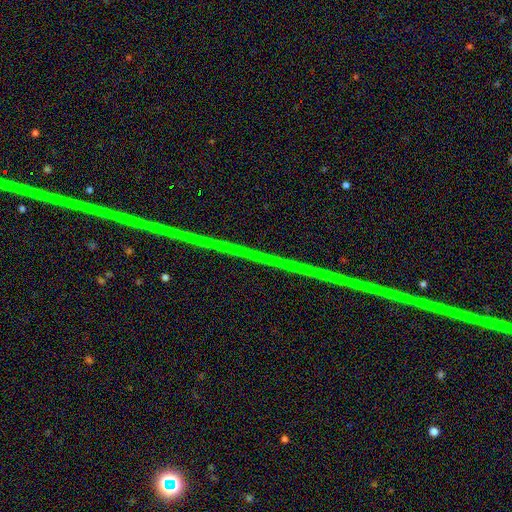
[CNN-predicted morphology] Smooth or featured: star or artifact — 79% (featured or disk — 14%)